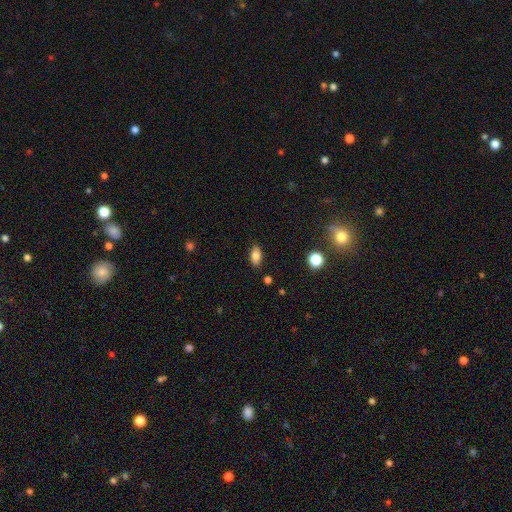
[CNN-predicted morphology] A smooth galaxy with no disk features (80%) that is in between round and cigar-shaped (89%). Merging: none (87%).